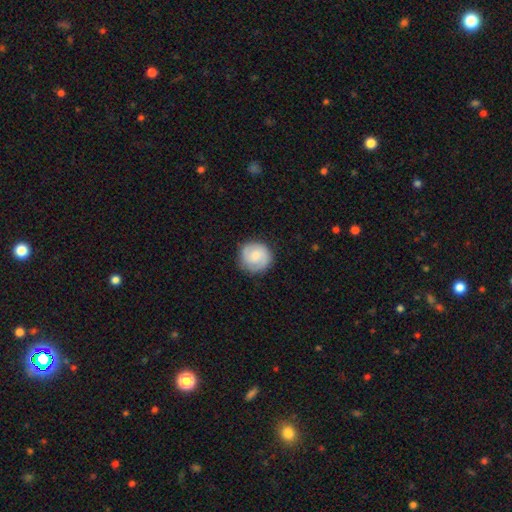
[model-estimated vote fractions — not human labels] A smooth galaxy with no disk features (49%).

Vote fractions:
- Smooth or featured? smooth: 49% / featured or disk: 44% / star or artifact: 7%
- Merging? none: 85% / minor disturbance: 11% / major disturbance: 3% / merger: 1%